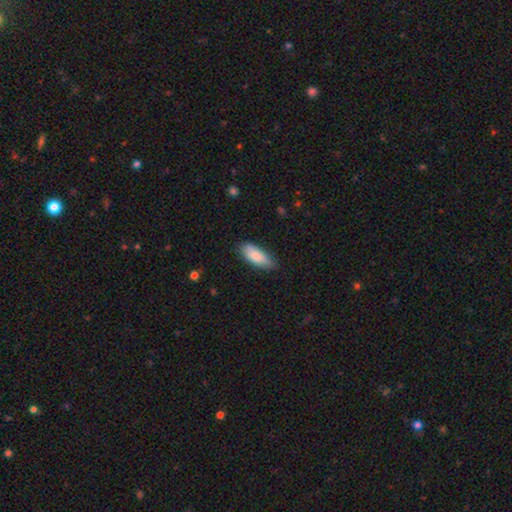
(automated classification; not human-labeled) A smooth galaxy with no disk features (84%) that is in between round and cigar-shaped (81%). Merging: none (79%).